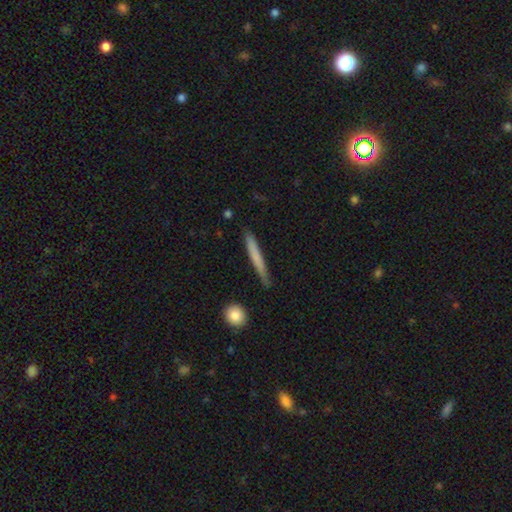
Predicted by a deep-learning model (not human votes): Smooth or featured?
  - smooth: 67% *
  - featured or disk: 27%
  - star or artifact: 6%
How rounded?
  - cigar-shaped: 96% *
  - in between: 2%
  - round: 1%
Merging?
  - none: 84% *
  - minor disturbance: 13%
  - major disturbance: 2%
  - merger: 2%